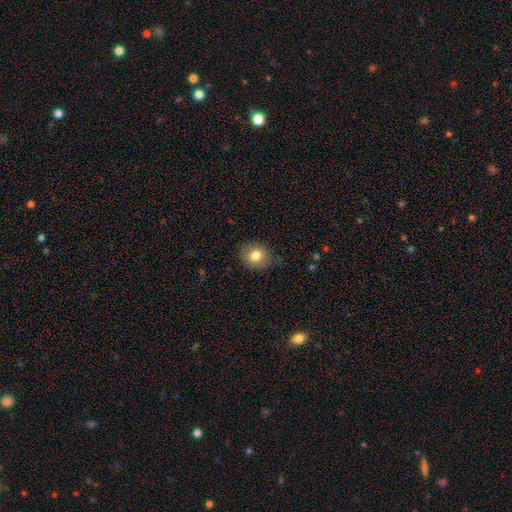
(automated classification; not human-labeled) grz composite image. It shows a smooth galaxy with no disk features (80%) that is round (65%). Merging: none (81%).